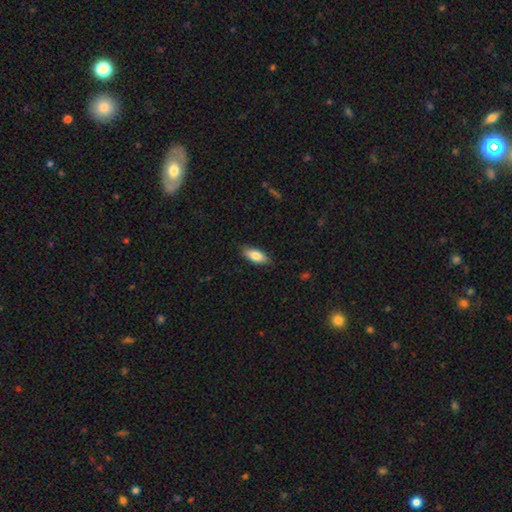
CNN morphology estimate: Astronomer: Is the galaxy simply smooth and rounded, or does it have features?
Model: smooth — 80%.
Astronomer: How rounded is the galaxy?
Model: in between — 81%.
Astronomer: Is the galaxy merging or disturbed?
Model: none — 84%.